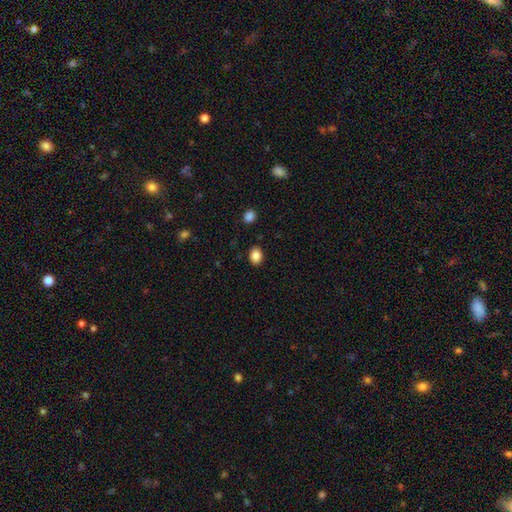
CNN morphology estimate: smooth-or-featured: smooth: 86% | star or artifact: 9% | featured or disk: 5%
  how-rounded: in between: 70% | round: 29% | cigar-shaped: 1%
  merging: none: 88% | minor disturbance: 8% | major disturbance: 2% | merger: 2%